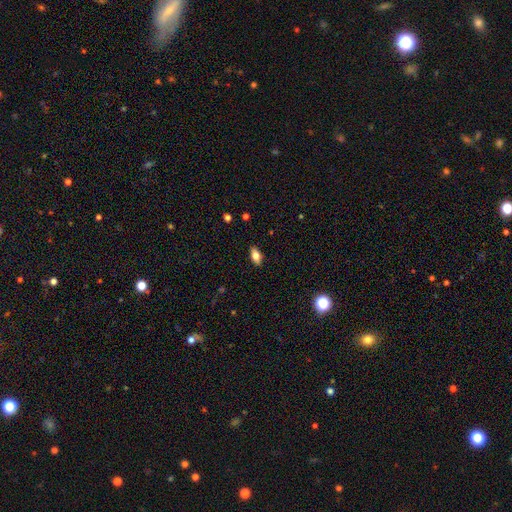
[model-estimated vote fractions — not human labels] Smooth or featured?
  - smooth: 73% *
  - featured or disk: 19%
  - star or artifact: 8%
How rounded?
  - in between: 87% *
  - cigar-shaped: 9%
  - round: 4%
Merging?
  - none: 88% *
  - minor disturbance: 9%
  - major disturbance: 2%
  - merger: 1%